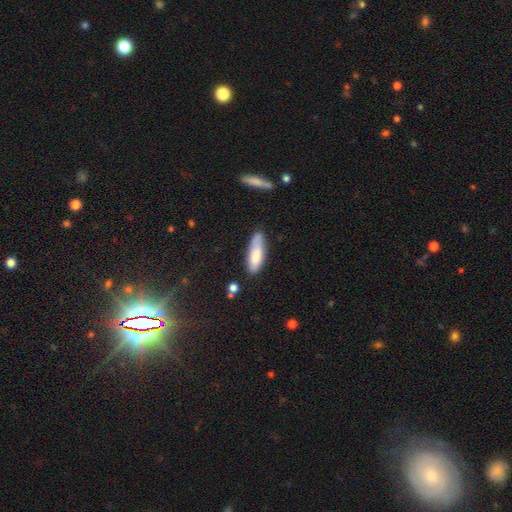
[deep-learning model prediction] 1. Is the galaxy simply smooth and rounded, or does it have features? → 78% smooth, 16% featured or disk, 6% star or artifact.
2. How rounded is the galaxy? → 52% in between, 46% cigar-shaped, 2% round.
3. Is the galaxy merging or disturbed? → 71% none, 21% minor disturbance, 4% major disturbance, 4% merger.